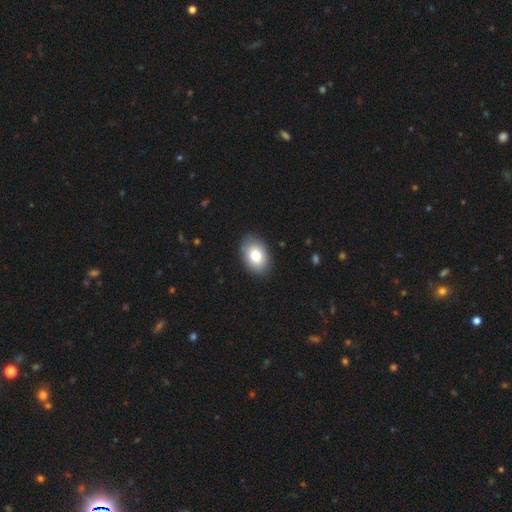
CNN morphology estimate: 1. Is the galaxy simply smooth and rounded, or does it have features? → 80% smooth, 12% featured or disk, 7% star or artifact.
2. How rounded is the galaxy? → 85% in between, 14% round, 1% cigar-shaped.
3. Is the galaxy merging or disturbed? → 88% none, 9% minor disturbance, 2% major disturbance, 1% merger.